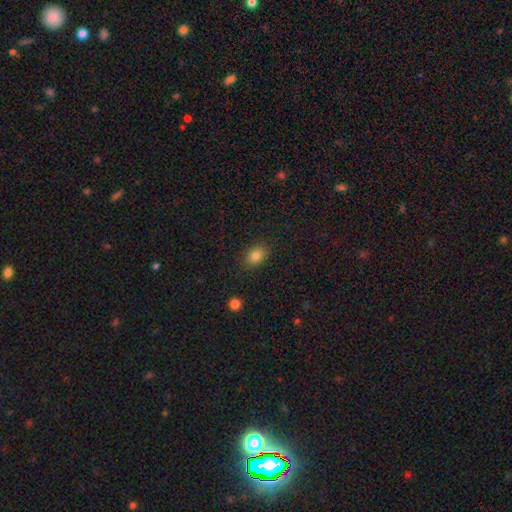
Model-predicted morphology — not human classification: This is clearly a smooth galaxy (82%). How rounded: likely in between (75%). Merging: clearly none (86%).